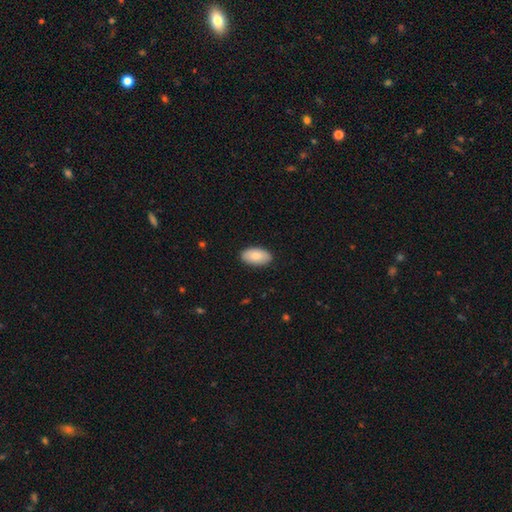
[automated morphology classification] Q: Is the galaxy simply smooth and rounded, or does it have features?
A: smooth — 85%.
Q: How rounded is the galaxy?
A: in between — 95%.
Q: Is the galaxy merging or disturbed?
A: none — 88%.